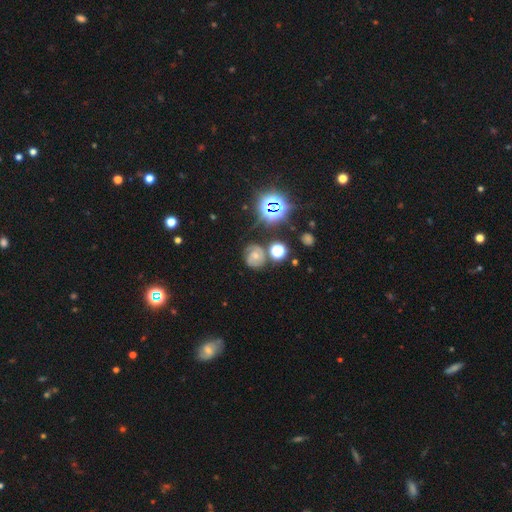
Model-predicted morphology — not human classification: smooth_or_featured: featured or disk (p=0.58) [alt: smooth p=0.22]
disk_edge_on: no (p=0.97) [alt: yes p=0.03]
bar: no (p=0.68) [alt: weak p=0.24]
has_spiral_arms: yes (p=0.89) [alt: no p=0.11]
bulge_size: small (p=0.48) [alt: moderate p=0.43]
merging: none (p=0.64) [alt: minor disturbance p=0.19]